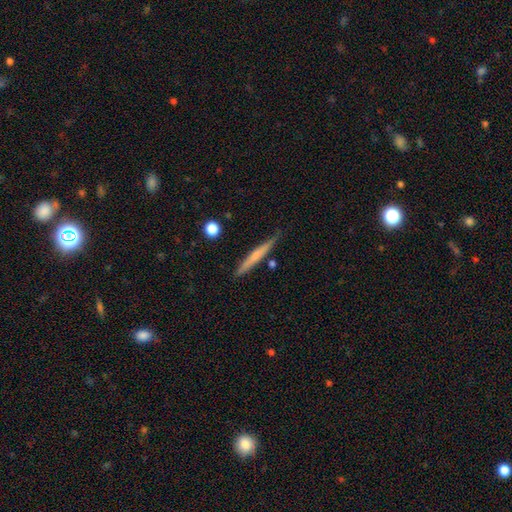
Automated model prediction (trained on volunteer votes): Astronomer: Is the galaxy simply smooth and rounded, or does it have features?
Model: smooth — 53% (runner-up: featured or disk, 41%).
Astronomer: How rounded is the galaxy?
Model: cigar-shaped — 96%.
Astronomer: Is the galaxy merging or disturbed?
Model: none — 82%.